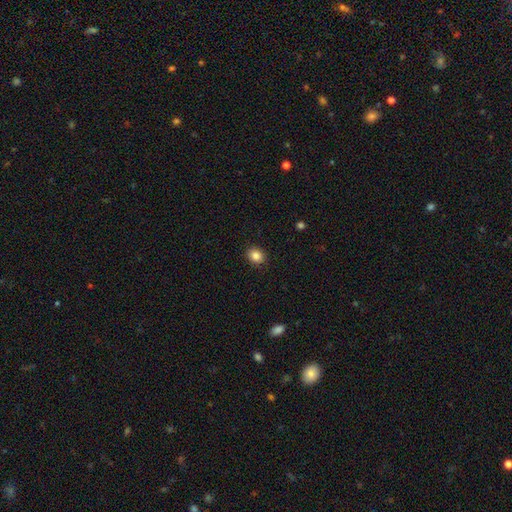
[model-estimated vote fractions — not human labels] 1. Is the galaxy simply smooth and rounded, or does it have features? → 86% smooth, 10% star or artifact, 4% featured or disk.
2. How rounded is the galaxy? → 58% round, 41% in between, 1% cigar-shaped.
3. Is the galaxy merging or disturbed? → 90% none, 7% minor disturbance, 2% major disturbance, 1% merger.